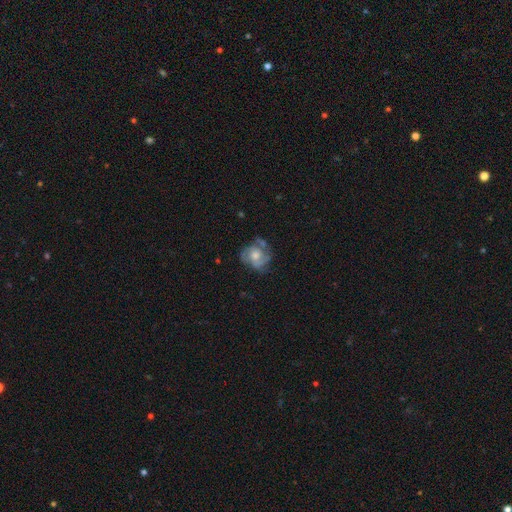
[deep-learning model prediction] smooth-or-featured: featured or disk: 72% | smooth: 21% | star or artifact: 7%
  disk-edge-on: no: 98% | yes: 2%
    bar: no: 77% | weak: 20% | strong: 3%
    has-spiral-arms: yes: 87% | no: 13%
      spiral-winding: medium: 43% | tight: 42% | loose: 15%
      spiral-arm-count: 3: 40% | can't tell: 21% | 2: 21% | 4: 9% | 1: 5% | more than 4: 4%
    bulge-size: moderate: 62% | small: 21% | large: 12% | none: 4% | dominant: 1%
  merging: none: 58% | minor disturbance: 23% | major disturbance: 14% | merger: 4%